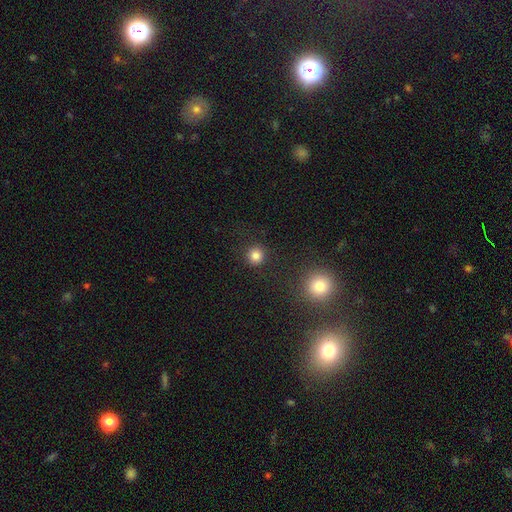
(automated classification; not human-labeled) This is clearly a smooth galaxy (82%). How rounded: clearly round (94%). Merging: clearly none (90%).